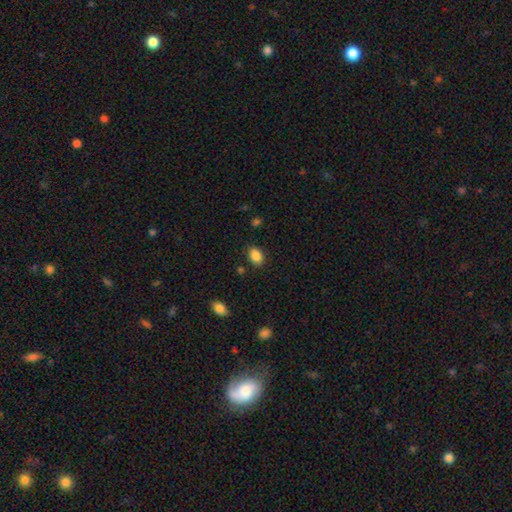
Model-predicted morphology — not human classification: Overall: smooth (87%). How rounded: in between (78%). Merging: none (85%).